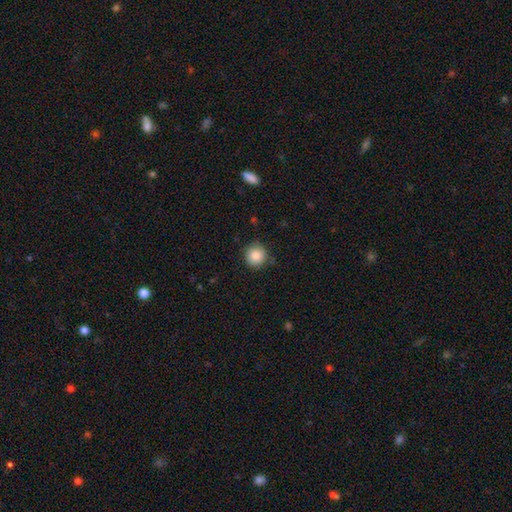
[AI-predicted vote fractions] Smooth or featured: smooth — 86% (star or artifact — 9%)
How rounded: round — 92% (in between — 7%)
Merging: none — 80% (minor disturbance — 16%)